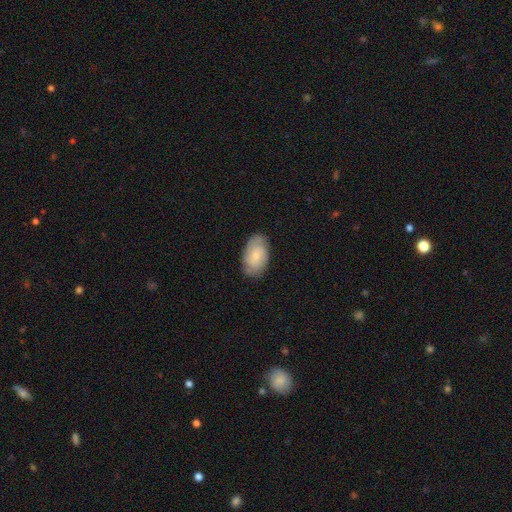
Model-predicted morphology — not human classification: A smooth galaxy with no disk features (57%) that is in between round and cigar-shaped (92%).

Vote fractions:
- Smooth or featured? smooth: 57% / featured or disk: 37% / star or artifact: 6%
- How rounded? in between: 92% / round: 7% / cigar-shaped: 2%
- Merging? none: 77% / minor disturbance: 18% / major disturbance: 4% / merger: 1%